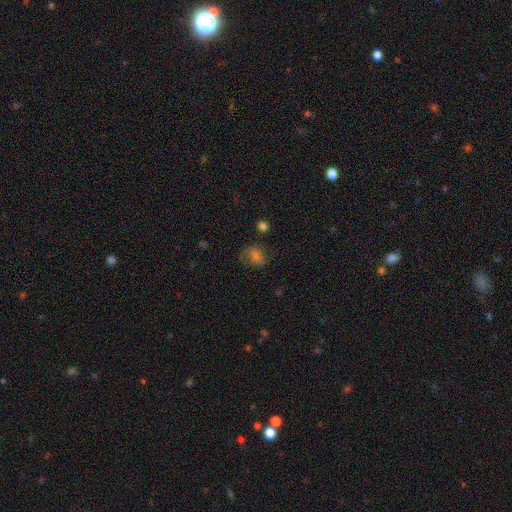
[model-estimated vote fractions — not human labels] Overall: featured or disk (44%; smooth 39%). Merging: none (64%).